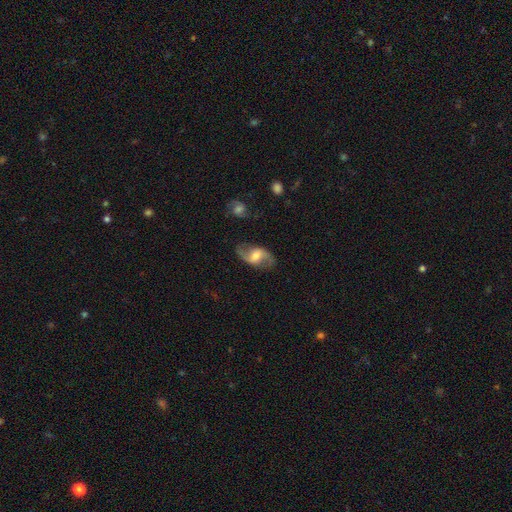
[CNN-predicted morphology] This appears to be a featured or disk galaxy (77%) with a weak bar (50%), 2 (92%) loose (60%) spiral arms (93%) and a moderate central bulge (53%). Merging: none (78%).